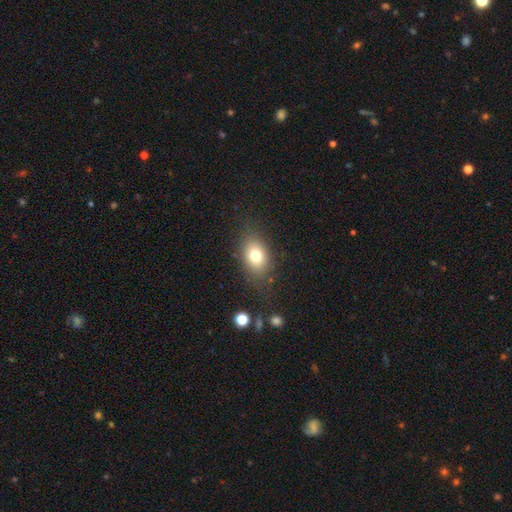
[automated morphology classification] This appears to be a smooth galaxy with no disk features (76%) that is in between round and cigar-shaped (74%). Merging: none (78%).